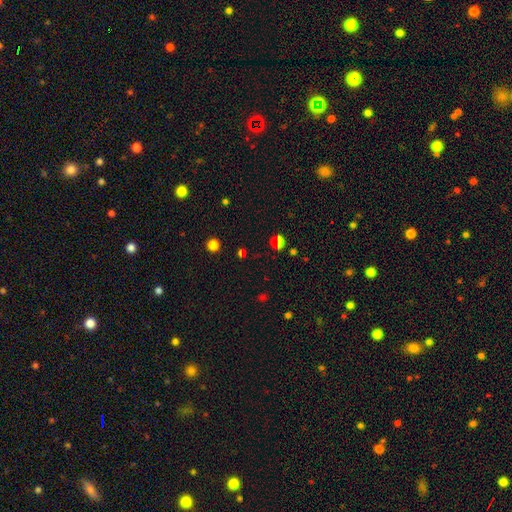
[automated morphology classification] Smooth or featured: star or artifact — 58% (smooth — 35%)